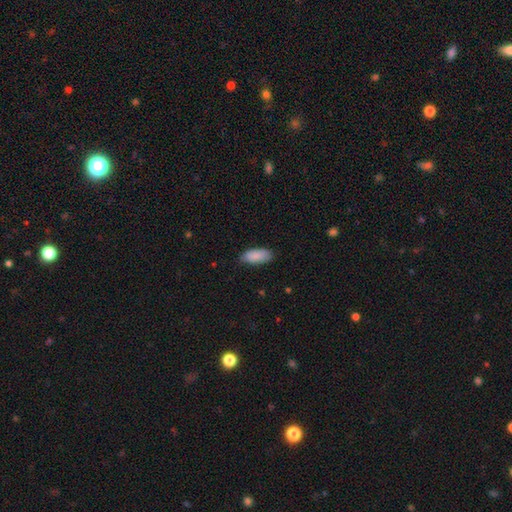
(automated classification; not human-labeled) Overall: smooth (89%). How rounded: in between (88%). Merging: none (82%).